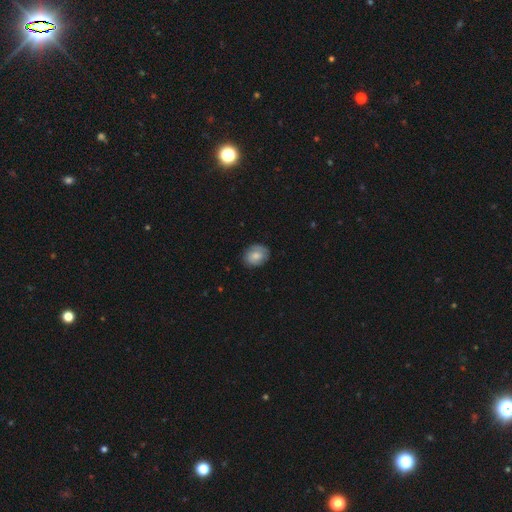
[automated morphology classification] A smooth galaxy with no disk features (69%) that is in between round and cigar-shaped (58%). Merging: none (81%).